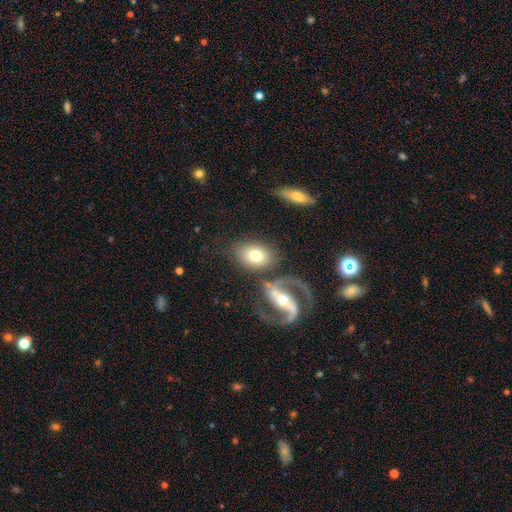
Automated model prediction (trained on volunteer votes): This is likely a smooth galaxy (65%). How rounded: likely in between (75%). Merging: likely none (64%).